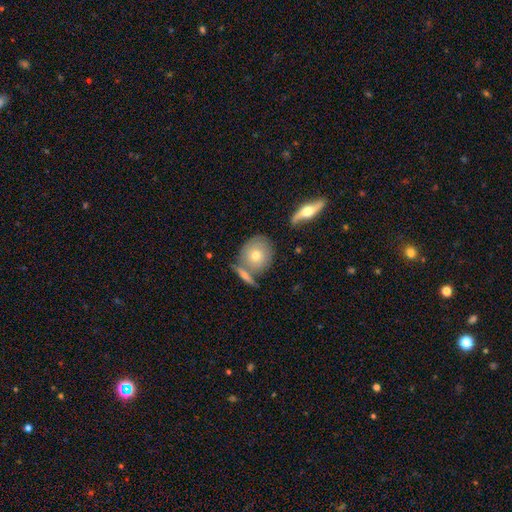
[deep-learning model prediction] Smooth or featured?
  - smooth: 58% *
  - featured or disk: 34%
  - star or artifact: 8%
How rounded?
  - round: 77% *
  - in between: 21%
  - cigar-shaped: 2%
Merging?
  - none: 60% *
  - merger: 21%
  - minor disturbance: 14%
  - major disturbance: 5%